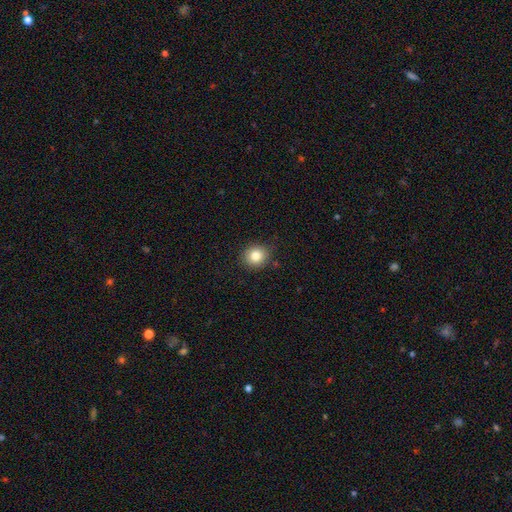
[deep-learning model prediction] A smooth galaxy with no disk features (82%) that is round (79%).

Vote fractions:
- Smooth or featured? smooth: 82% / star or artifact: 10% / featured or disk: 7%
- How rounded? round: 79% / in between: 20% / cigar-shaped: 1%
- Merging? none: 86% / minor disturbance: 10% / major disturbance: 2% / merger: 1%